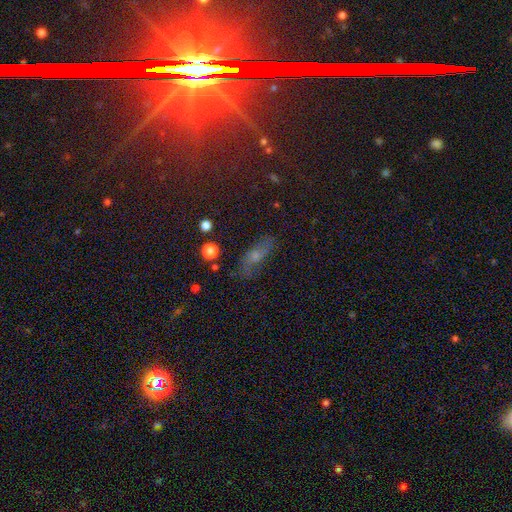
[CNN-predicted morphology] Smooth or featured?
  - smooth: 48% *
  - featured or disk: 33%
  - star or artifact: 19%
Merging?
  - none: 67% *
  - minor disturbance: 21%
  - major disturbance: 9%
  - merger: 3%